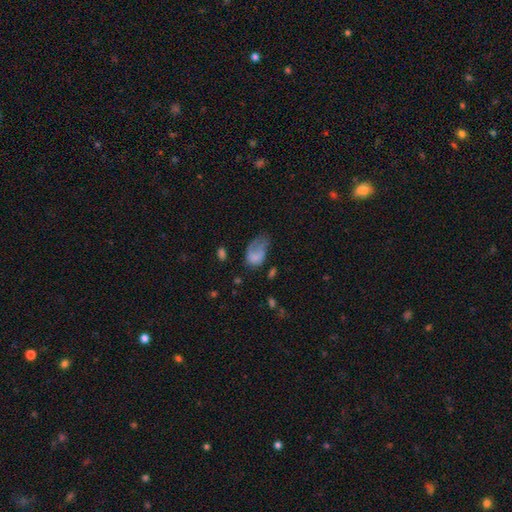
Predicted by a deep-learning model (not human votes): smooth_or_featured: smooth (p=0.62) [alt: featured or disk p=0.28]
how_rounded: in between (p=0.86) [alt: round p=0.13]
merging: major disturbance (p=0.50) [alt: minor disturbance p=0.27]